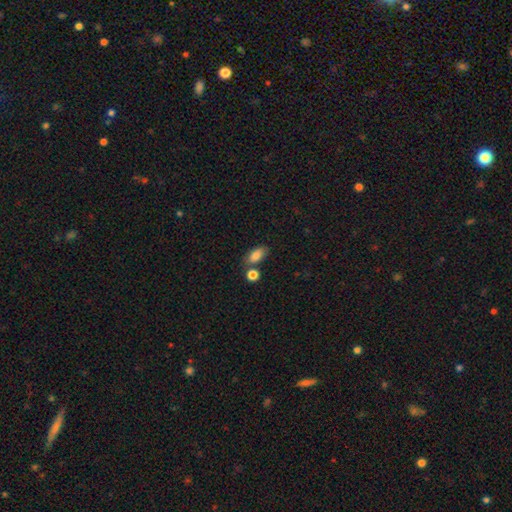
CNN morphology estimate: This is clearly a smooth galaxy (84%). How rounded: clearly in between (88%). Merging: likely none (66%).